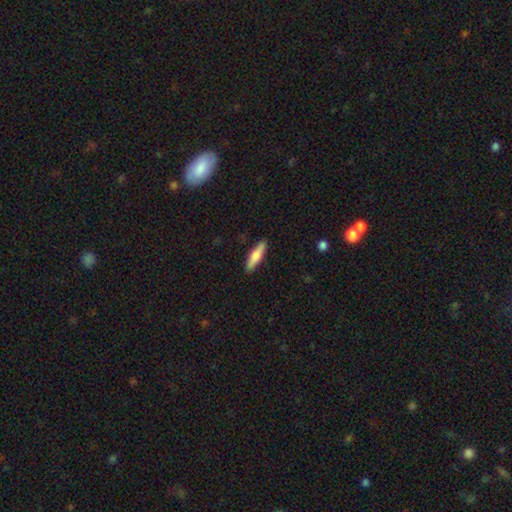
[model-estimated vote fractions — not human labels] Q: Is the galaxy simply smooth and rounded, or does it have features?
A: smooth — 69%.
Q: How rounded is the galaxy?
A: cigar-shaped — 74%.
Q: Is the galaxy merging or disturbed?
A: none — 90%.